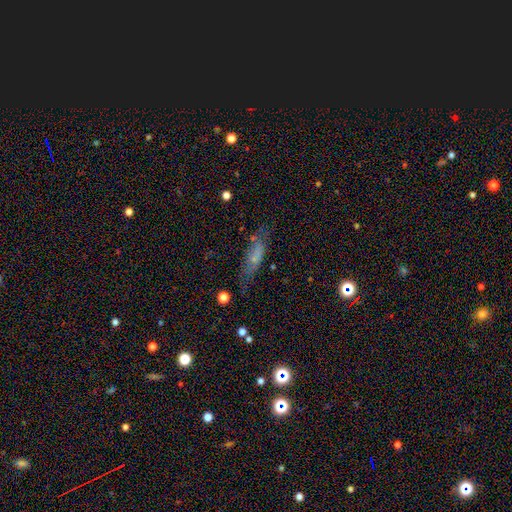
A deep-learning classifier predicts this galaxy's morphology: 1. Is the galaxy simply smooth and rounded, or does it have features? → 61% smooth, 29% featured or disk, 11% star or artifact.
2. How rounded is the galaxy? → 54% cigar-shaped, 43% in between, 3% round.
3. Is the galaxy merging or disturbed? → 62% none, 23% minor disturbance, 11% major disturbance, 4% merger.